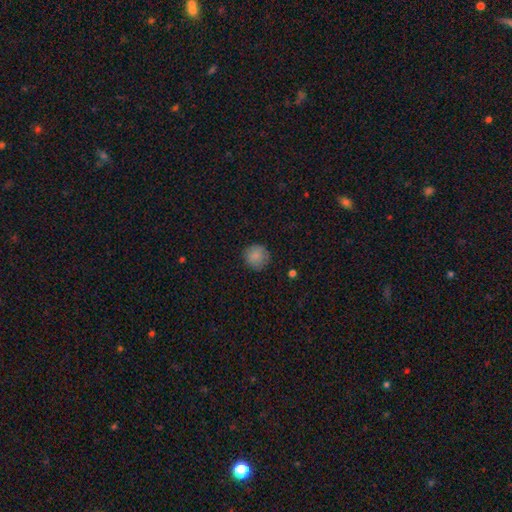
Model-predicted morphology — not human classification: This is clearly a smooth galaxy (85%). How rounded: clearly round (92%). Merging: clearly none (83%).